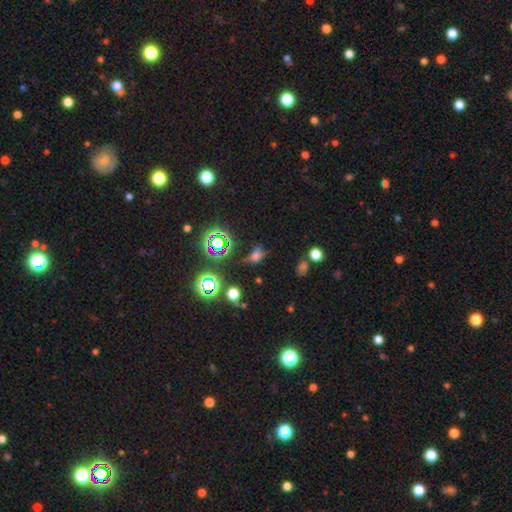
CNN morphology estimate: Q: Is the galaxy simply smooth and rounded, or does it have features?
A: smooth — 50%.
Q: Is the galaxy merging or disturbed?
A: none — 56%.